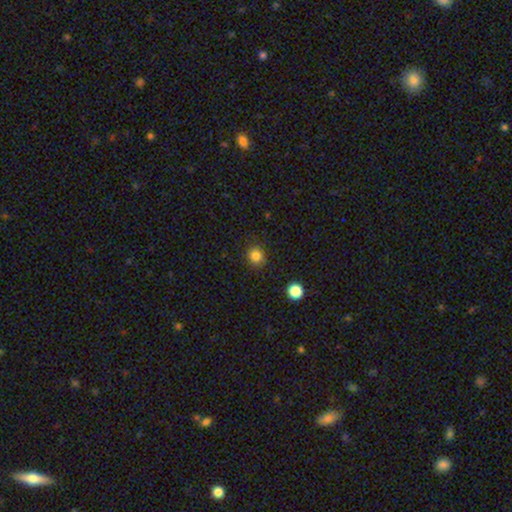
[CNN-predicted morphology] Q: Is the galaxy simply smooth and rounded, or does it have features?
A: smooth — 83%.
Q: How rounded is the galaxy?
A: round — 87%.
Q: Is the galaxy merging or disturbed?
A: none — 89%.